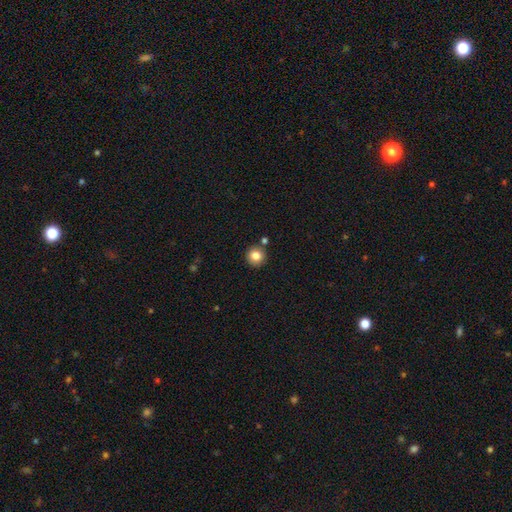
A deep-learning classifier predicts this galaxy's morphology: Q: Smooth or featured?
A: smooth (83%); runner-up: star or artifact (10%)
Q: How rounded?
A: round (94%); runner-up: in between (5%)
Q: Merging?
A: none (85%); runner-up: minor disturbance (7%)